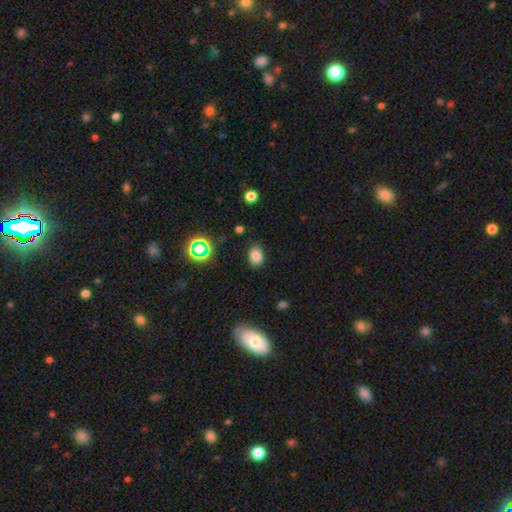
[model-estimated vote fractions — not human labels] This is likely a smooth galaxy (79%). How rounded: likely in between (77%). Merging: clearly none (81%).